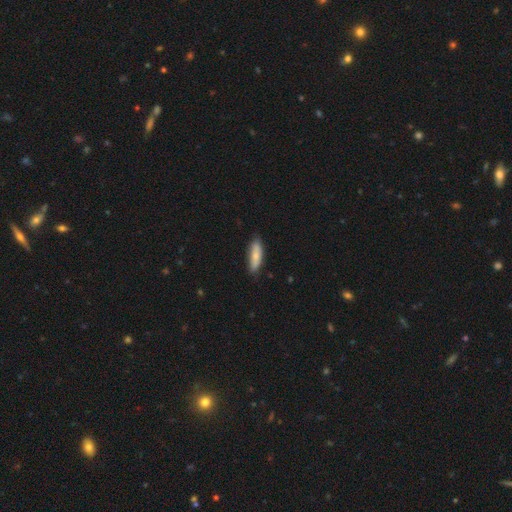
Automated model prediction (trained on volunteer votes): A smooth galaxy with no disk features (76%) that is cigar-shaped (51%).

Vote fractions:
- Smooth or featured? smooth: 76% / featured or disk: 18% / star or artifact: 6%
- How rounded? cigar-shaped: 51% / in between: 47% / round: 2%
- Merging? none: 82% / minor disturbance: 15% / major disturbance: 2% / merger: 1%